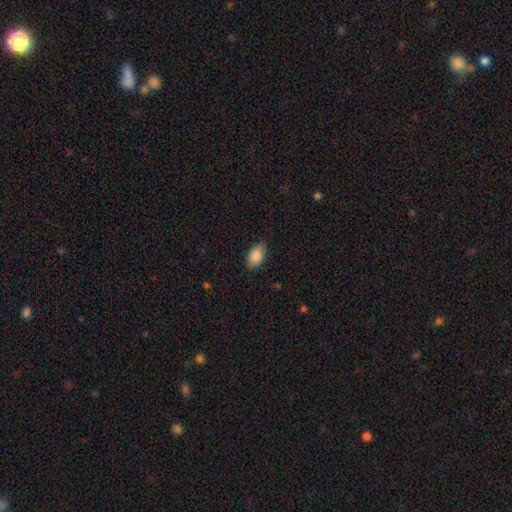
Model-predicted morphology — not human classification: smooth 87%, star or artifact 7%, featured or disk 6%. Down the decision tree: how rounded — in between (93%); merging — none (85%).